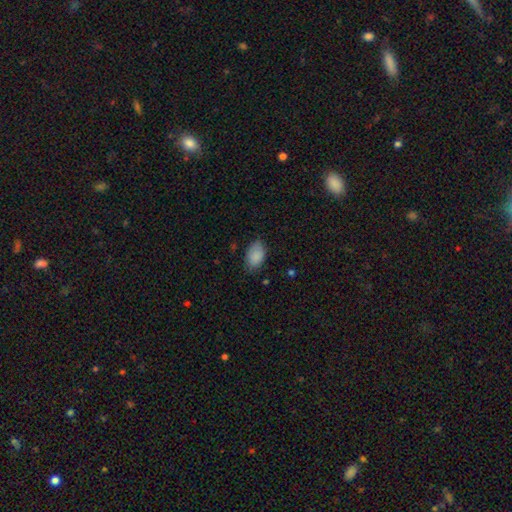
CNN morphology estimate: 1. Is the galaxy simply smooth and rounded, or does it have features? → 88% smooth, 7% star or artifact, 5% featured or disk.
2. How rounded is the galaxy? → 91% in between, 7% round, 1% cigar-shaped.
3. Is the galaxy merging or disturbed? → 74% none, 21% minor disturbance, 4% major disturbance, 1% merger.